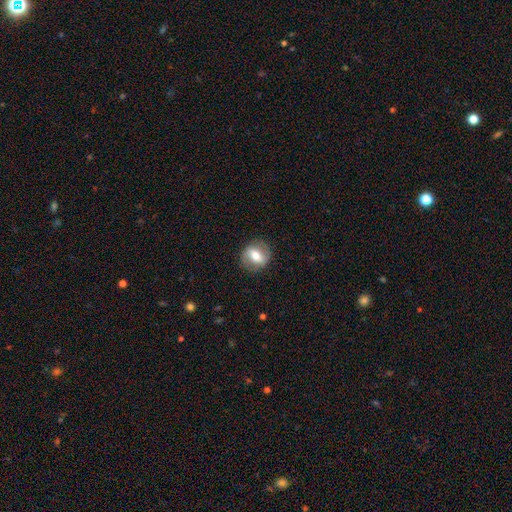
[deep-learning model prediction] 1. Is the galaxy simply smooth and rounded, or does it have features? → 50% featured or disk, 43% smooth, 7% star or artifact.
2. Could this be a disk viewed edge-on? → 92% no, 8% yes.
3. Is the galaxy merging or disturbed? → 84% none, 10% minor disturbance, 4% major disturbance, 1% merger.